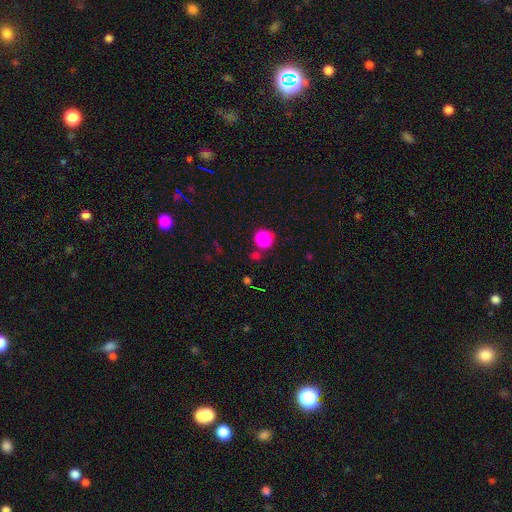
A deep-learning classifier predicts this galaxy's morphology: A smooth galaxy with no disk features (84%) that is round (87%). Merging: none (74%).